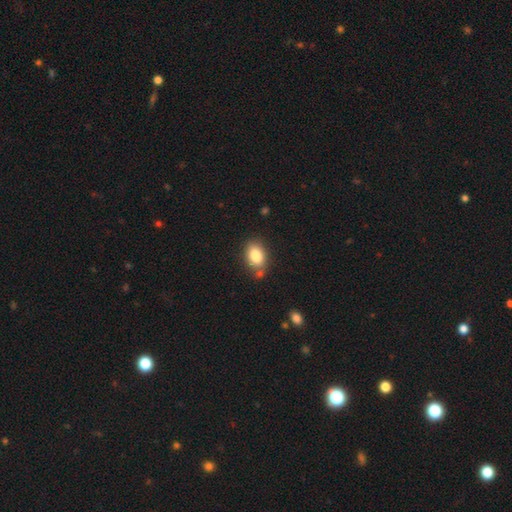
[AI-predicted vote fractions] The model was most divided on "merging": none: 74%, minor disturbance: 15%, merger: 8%, major disturbance: 3%. More confident: how rounded — in between (84%); smooth or featured — smooth (84%).